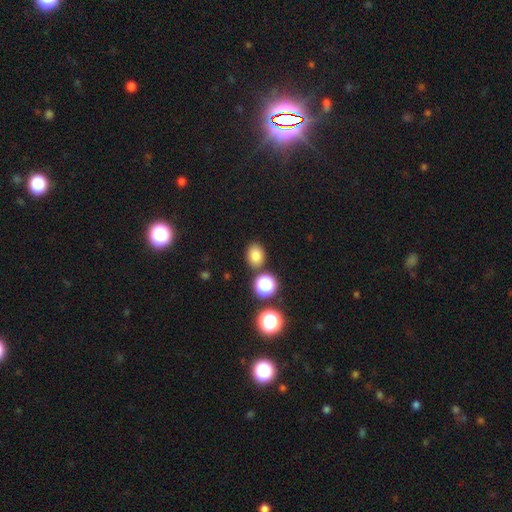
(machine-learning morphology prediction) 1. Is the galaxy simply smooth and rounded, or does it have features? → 80% smooth, 15% star or artifact, 5% featured or disk.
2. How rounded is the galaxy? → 51% in between, 48% round, 1% cigar-shaped.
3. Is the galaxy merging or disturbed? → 81% none, 10% minor disturbance, 7% merger, 3% major disturbance.